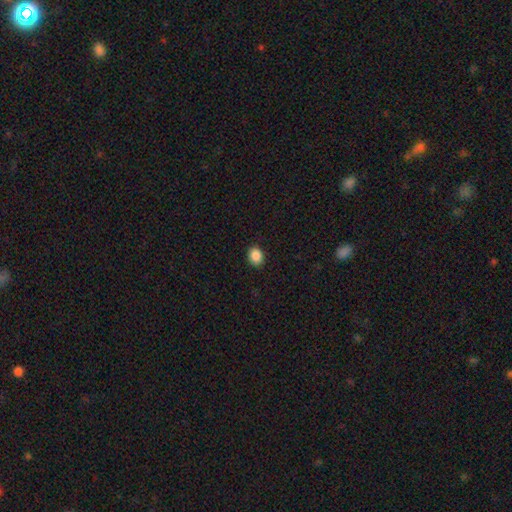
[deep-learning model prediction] Q: Smooth or featured?
A: smooth (88%); runner-up: star or artifact (9%)
Q: How rounded?
A: round (51%); runner-up: in between (49%)
Q: Merging?
A: none (90%); runner-up: minor disturbance (7%)